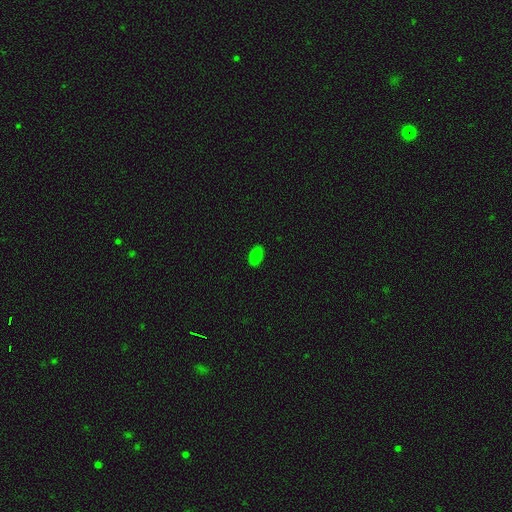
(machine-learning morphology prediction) This is clearly a smooth galaxy (84%). How rounded: clearly in between (93%). Merging: clearly none (87%).